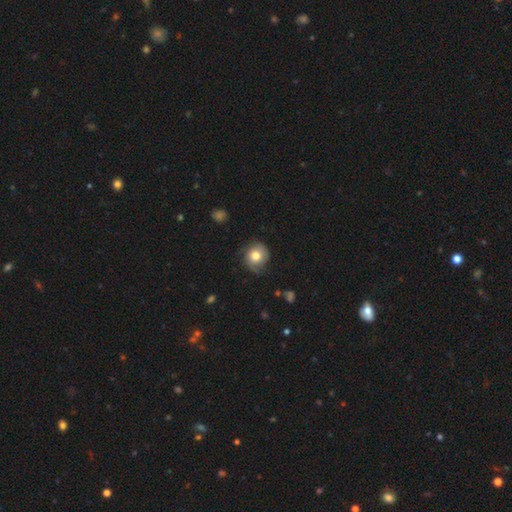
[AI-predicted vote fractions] Smooth or featured? smooth (70%)
How rounded? round (84%)
Merging? none (65%)